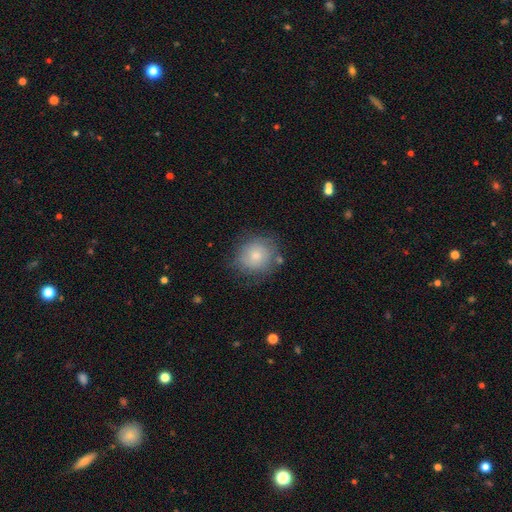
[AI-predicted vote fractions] This is likely a smooth galaxy (73%). How rounded: clearly round (85%). Merging: likely none (71%).